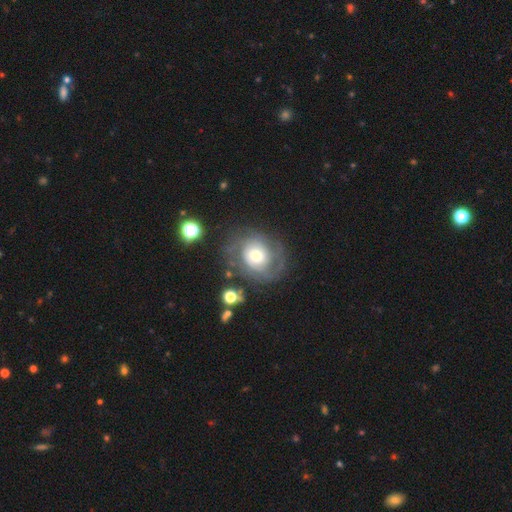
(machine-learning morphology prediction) This is likely a featured or disk galaxy (70%). It is clearly not viewed edge-on (97%). Bar: likely no (78%). Spiral arm pattern: clearly yes (83%). Spiral arm count: marginally 2 (38%). Spiral winding: possibly tight (56%). Central bulge: possibly moderate (52%). Merging: likely none (68%).